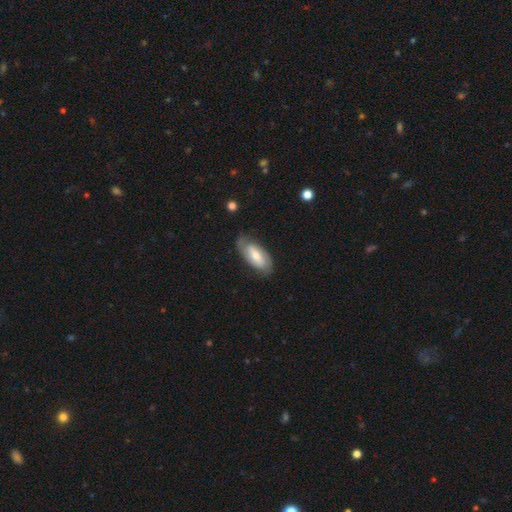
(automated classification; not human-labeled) Smooth or featured? smooth (49%)
Merging? none (73%)